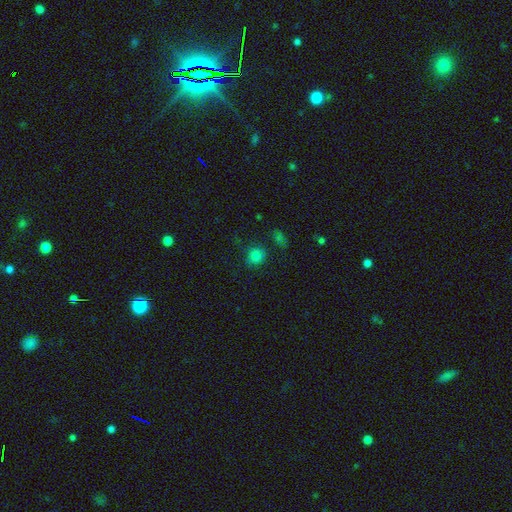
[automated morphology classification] smooth 79%, star or artifact 16%, featured or disk 5%. Down the decision tree: how rounded — round (81%); merging — none (77%).